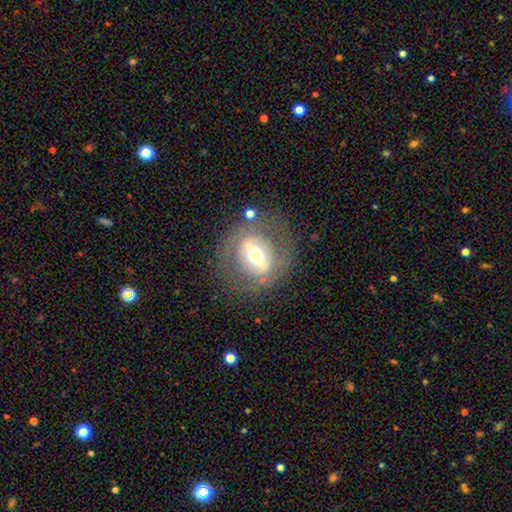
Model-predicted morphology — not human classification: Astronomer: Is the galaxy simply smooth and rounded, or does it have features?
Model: featured or disk — 61%.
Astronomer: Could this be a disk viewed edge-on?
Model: no — 86%.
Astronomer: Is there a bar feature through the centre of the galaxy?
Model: strong — 54%.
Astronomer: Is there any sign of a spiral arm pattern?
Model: no — 83%.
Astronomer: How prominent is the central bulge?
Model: moderate — 65%.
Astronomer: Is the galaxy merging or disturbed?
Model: none — 73%.